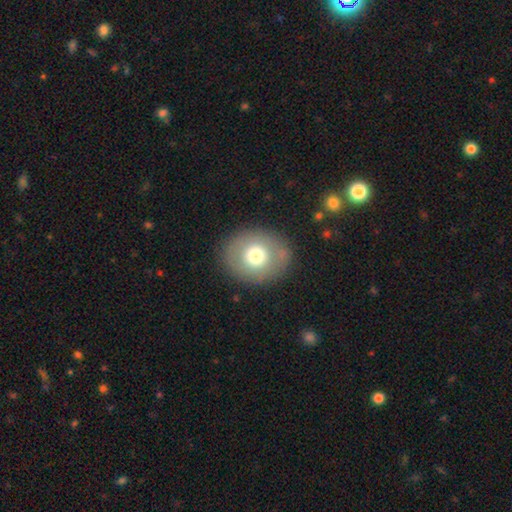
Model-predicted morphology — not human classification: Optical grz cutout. It shows a smooth galaxy with no disk features (68%) that is round (73%). Merging: none (86%).